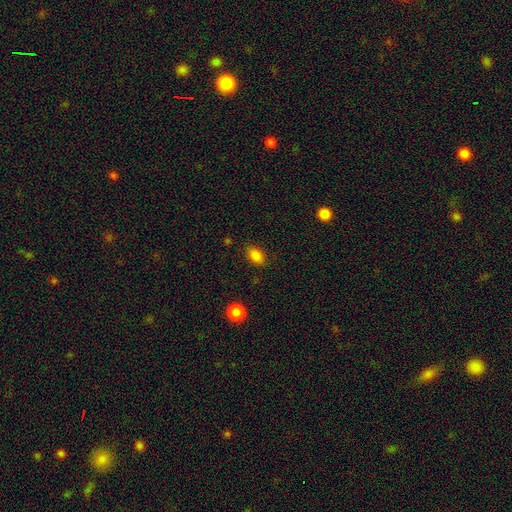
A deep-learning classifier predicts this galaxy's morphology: The model was most divided on "how rounded": in between: 85%, round: 13%, cigar-shaped: 2%. More confident: smooth or featured — smooth (85%); merging — none (83%).